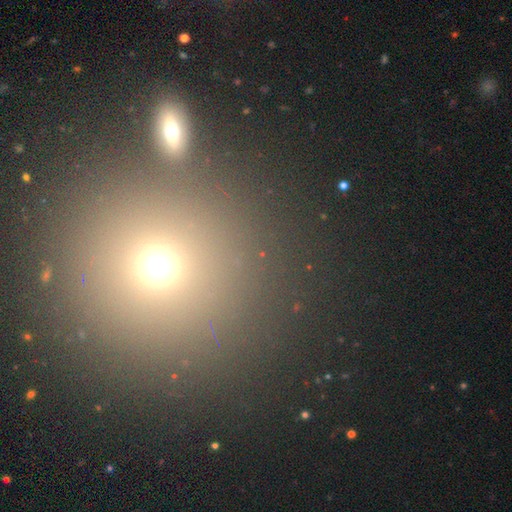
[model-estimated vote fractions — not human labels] smooth_or_featured: smooth (p=0.59) [alt: star or artifact p=0.32]
how_rounded: round (p=0.92) [alt: in between p=0.06]
merging: none (p=0.80) [alt: merger p=0.10]